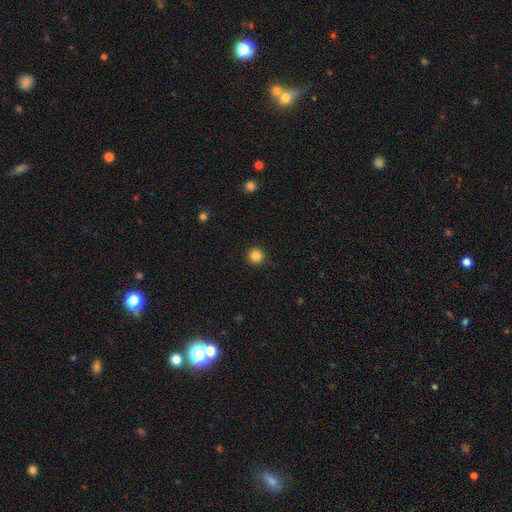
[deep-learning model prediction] This is clearly a smooth galaxy (85%). How rounded: clearly round (96%). Merging: clearly none (92%).